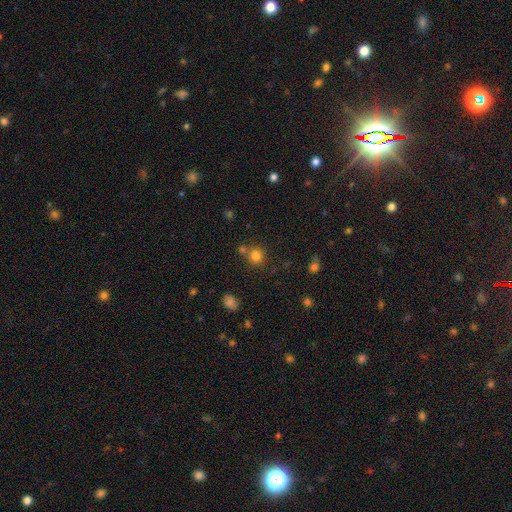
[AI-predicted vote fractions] smooth-or-featured: smooth: 80% | star or artifact: 14% | featured or disk: 6%
  how-rounded: round: 88% | in between: 11% | cigar-shaped: 1%
  merging: none: 67% | merger: 21% | minor disturbance: 9% | major disturbance: 3%